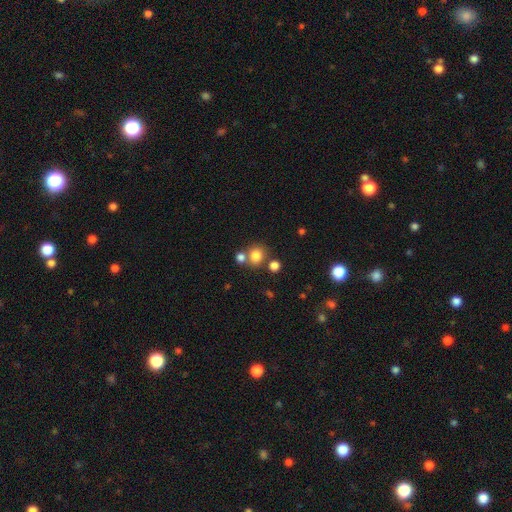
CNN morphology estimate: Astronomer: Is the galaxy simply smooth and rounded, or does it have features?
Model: smooth — 79%.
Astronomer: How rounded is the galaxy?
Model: round — 81%.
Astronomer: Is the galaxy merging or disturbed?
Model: none — 62%.